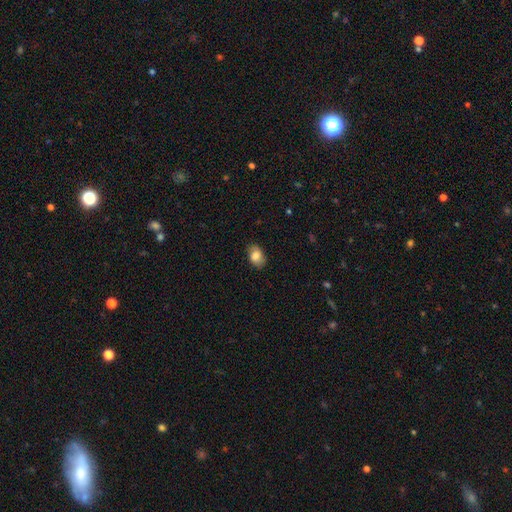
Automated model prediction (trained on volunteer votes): Q: Smooth or featured?
A: smooth (82%); runner-up: featured or disk (11%)
Q: How rounded?
A: in between (84%); runner-up: round (15%)
Q: Merging?
A: none (82%); runner-up: minor disturbance (14%)